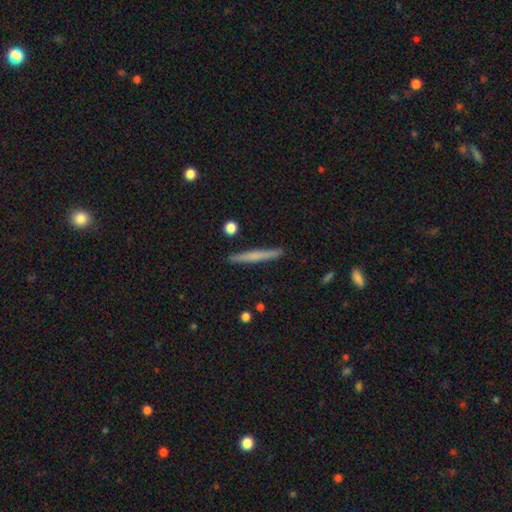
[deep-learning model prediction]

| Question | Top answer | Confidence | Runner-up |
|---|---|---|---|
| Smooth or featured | smooth | 54% | featured or disk (40%) |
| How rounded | cigar-shaped | 96% | in between (2%) |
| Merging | none | 91% | minor disturbance (7%) |